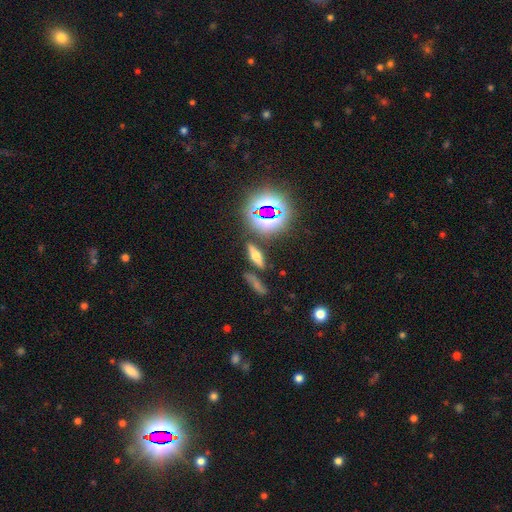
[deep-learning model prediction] A smooth galaxy with no disk features (38%, tied with featured or disk). Merging: none (80%).